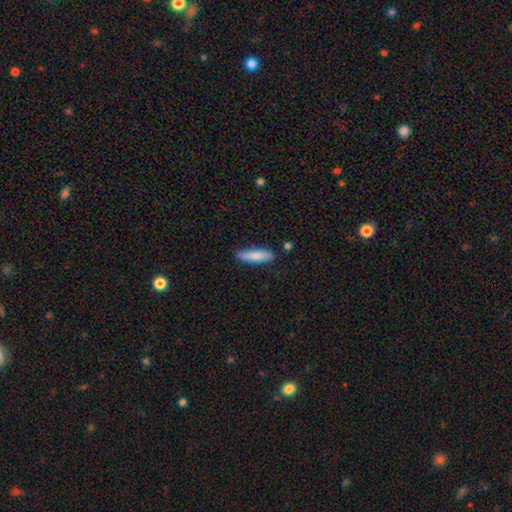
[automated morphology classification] type=smooth (81%); roundness=cigar-shaped (69%); merging=none (85%).